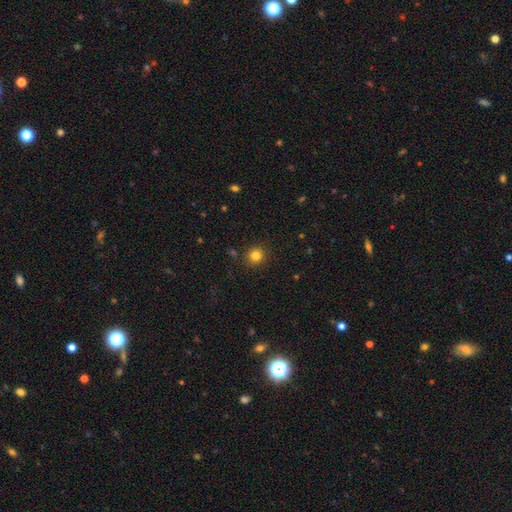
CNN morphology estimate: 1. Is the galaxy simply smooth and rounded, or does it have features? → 82% smooth, 13% star or artifact, 5% featured or disk.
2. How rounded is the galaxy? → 91% round, 8% in between, 1% cigar-shaped.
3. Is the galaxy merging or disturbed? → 89% none, 7% minor disturbance, 2% major disturbance, 2% merger.